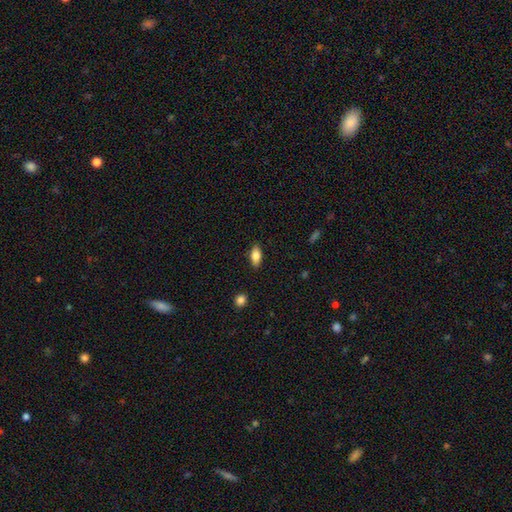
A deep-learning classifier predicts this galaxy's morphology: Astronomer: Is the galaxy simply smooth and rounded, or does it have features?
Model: smooth — 81%.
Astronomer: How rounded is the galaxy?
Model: in between — 85%.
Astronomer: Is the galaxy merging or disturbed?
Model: none — 87%.